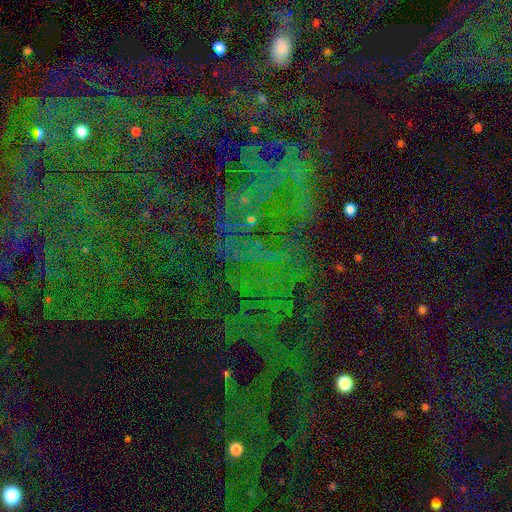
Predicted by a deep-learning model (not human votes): Overall: star or artifact (76%).